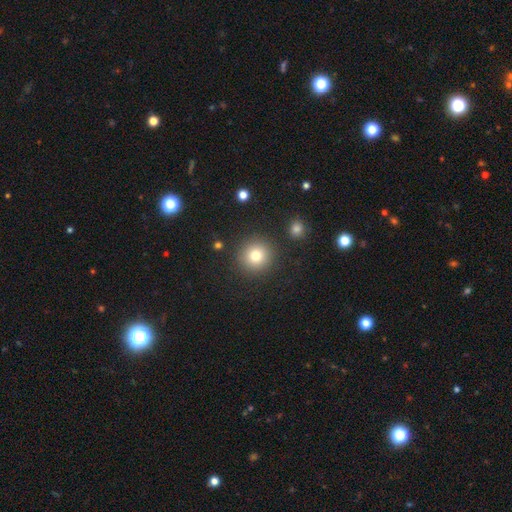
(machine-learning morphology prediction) type=smooth (78%); roundness=round (94%); merging=none (89%).